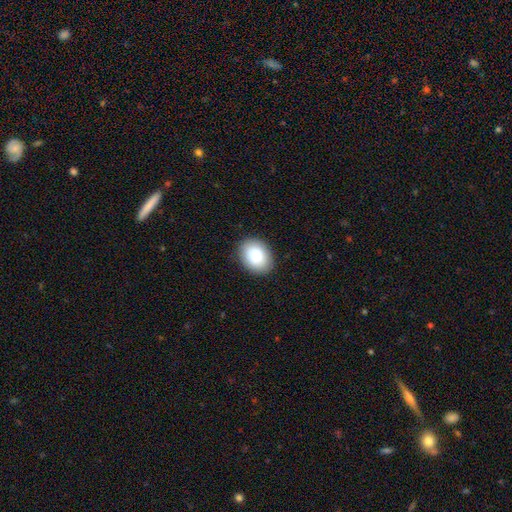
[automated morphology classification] Smooth or featured? Predicted: smooth (p=0.85). How rounded? Predicted: in between (p=0.66). Merging? Predicted: none (p=0.89).